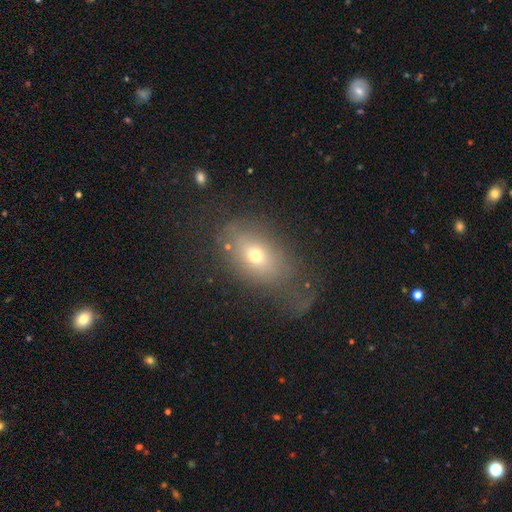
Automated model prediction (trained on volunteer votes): Smooth or featured? Predicted: smooth (p=0.63). How rounded? Predicted: in between (p=0.73). Merging? Predicted: none (p=0.43).